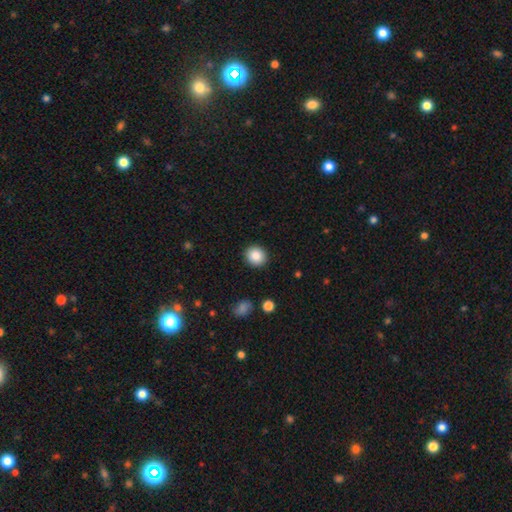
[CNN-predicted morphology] smooth_or_featured: smooth (p=0.87) [alt: star or artifact p=0.09]
how_rounded: round (p=0.82) [alt: in between p=0.17]
merging: none (p=0.91) [alt: minor disturbance p=0.06]